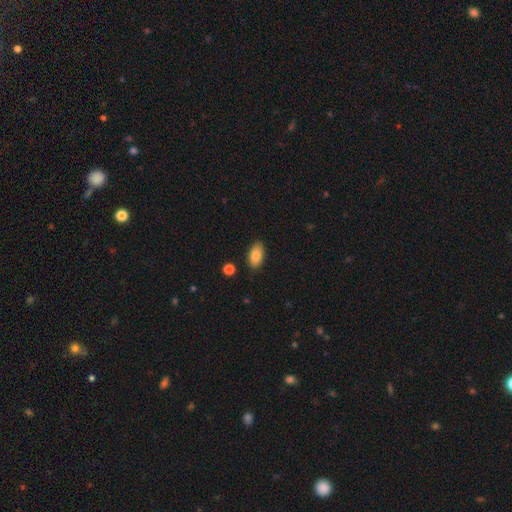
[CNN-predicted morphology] Smooth or featured? smooth (85%)
How rounded? in between (93%)
Merging? none (85%)